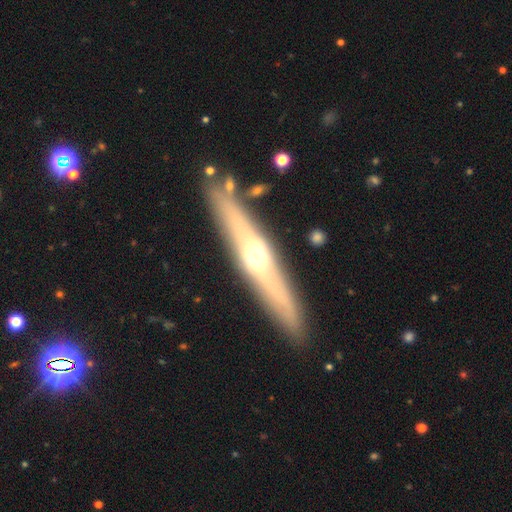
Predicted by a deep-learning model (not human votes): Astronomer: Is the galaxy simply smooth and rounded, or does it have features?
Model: featured or disk — 58% (runner-up: smooth, 35%).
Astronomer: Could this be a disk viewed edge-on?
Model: yes — 86%.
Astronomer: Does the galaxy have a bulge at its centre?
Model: rounded — 87%.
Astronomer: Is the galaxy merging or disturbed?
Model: none — 84%.